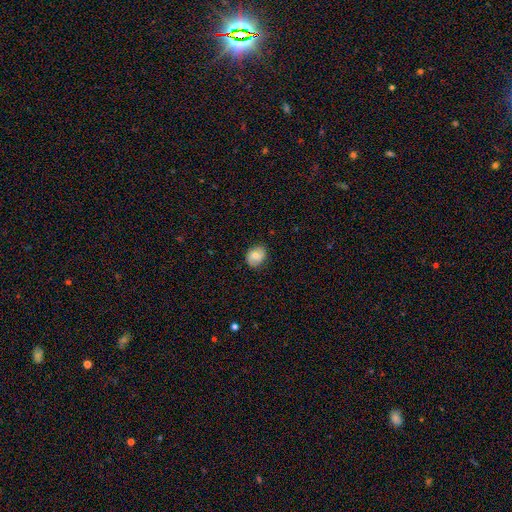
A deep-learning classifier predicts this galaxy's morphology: A smooth galaxy with no disk features (60%) that is in between round and cigar-shaped (52%).

Vote fractions:
- Smooth or featured? smooth: 60% / featured or disk: 32% / star or artifact: 8%
- How rounded? in between: 52% / round: 47% / cigar-shaped: 1%
- Merging? none: 80% / minor disturbance: 16% / major disturbance: 3% / merger: 1%